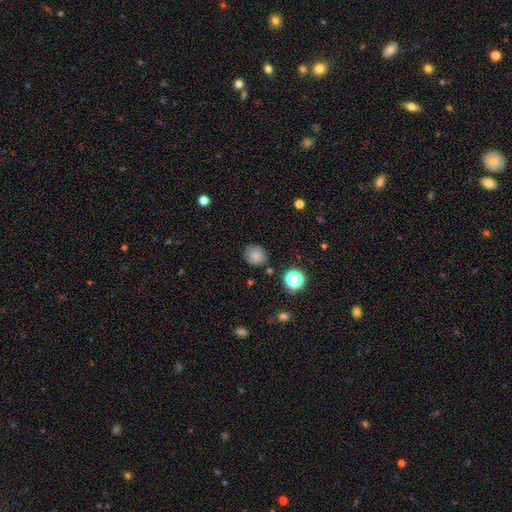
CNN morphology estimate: Q: Smooth or featured?
A: smooth (80%); runner-up: star or artifact (13%)
Q: How rounded?
A: round (81%); runner-up: in between (18%)
Q: Merging?
A: none (81%); runner-up: minor disturbance (13%)